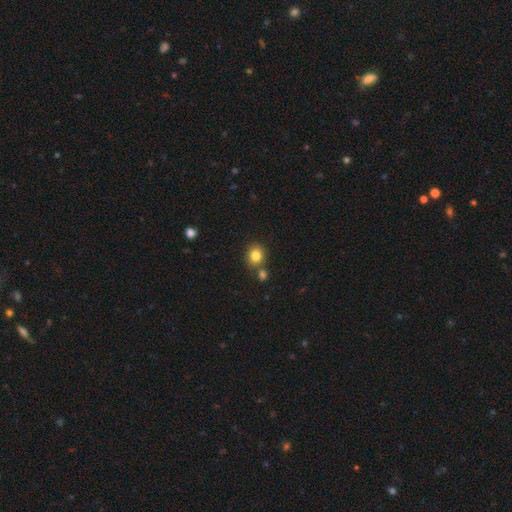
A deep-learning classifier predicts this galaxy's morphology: smooth 82%, star or artifact 11%, featured or disk 7%. Down the decision tree: how rounded — round (73%); merging — none (69%).